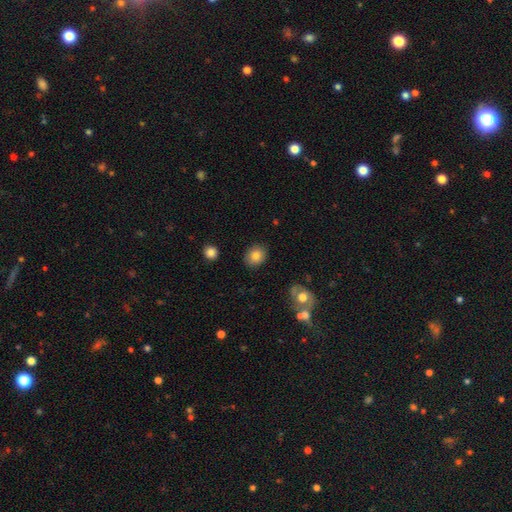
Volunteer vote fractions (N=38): smooth_or_featured: smooth (p=0.71) [alt: featured or disk p=0.21]
how_rounded: round (p=0.67) [alt: in between p=0.33]
merging: none (p=0.83) [alt: merger p=0.09]